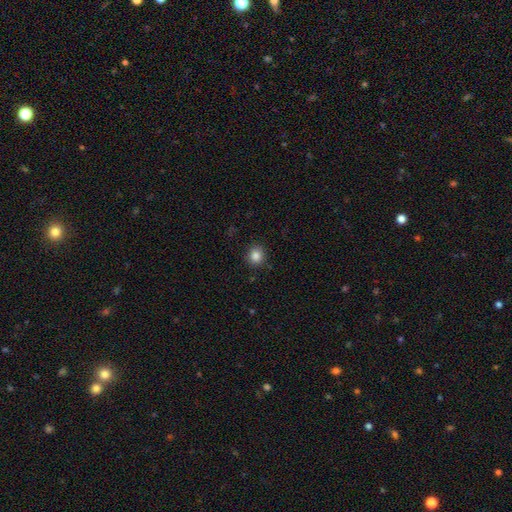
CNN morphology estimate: Smooth or featured?
  - smooth: 86% *
  - star or artifact: 11%
  - featured or disk: 4%
How rounded?
  - round: 81% *
  - in between: 18%
  - cigar-shaped: 1%
Merging?
  - none: 89% *
  - minor disturbance: 8%
  - major disturbance: 2%
  - merger: 1%